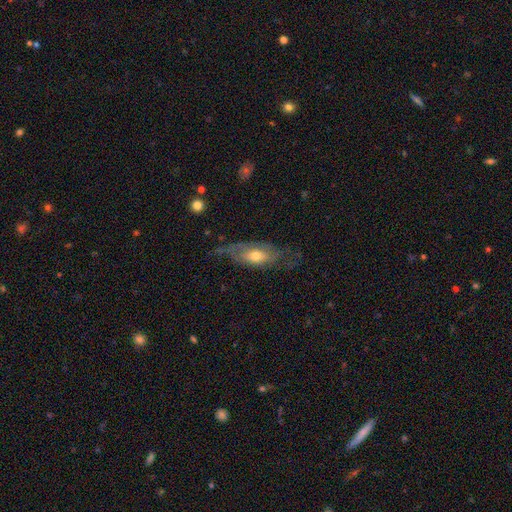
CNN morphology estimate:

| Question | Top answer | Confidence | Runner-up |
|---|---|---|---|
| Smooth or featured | featured or disk | 57% | smooth (37%) |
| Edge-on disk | no | 76% | yes (24%) |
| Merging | none | 50% | minor disturbance (27%) |